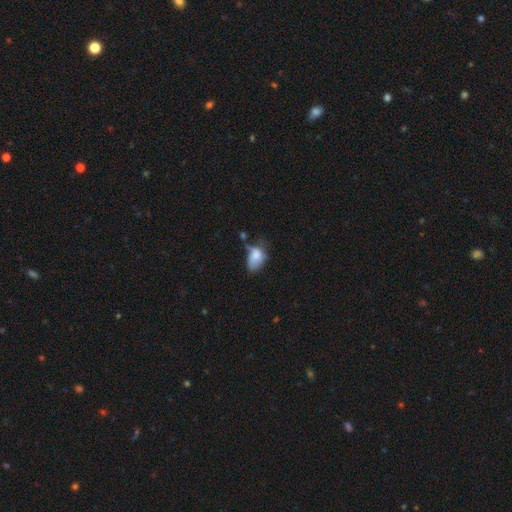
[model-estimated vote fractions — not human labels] The model was most divided on "merging": minor disturbance: 34%, major disturbance: 30%, none: 23%, merger: 14%. More confident: how rounded — in between (84%); smooth or featured — smooth (72%).